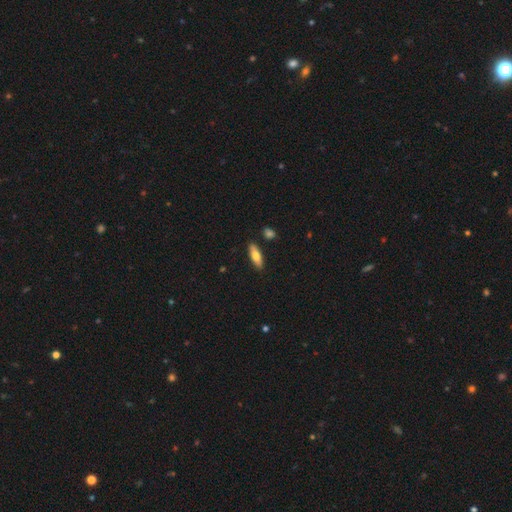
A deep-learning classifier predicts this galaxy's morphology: Smooth or featured? smooth (70%)
How rounded? in between (53%)
Merging? none (87%)